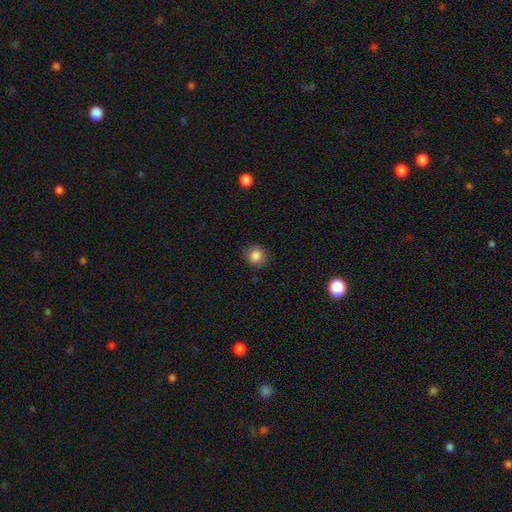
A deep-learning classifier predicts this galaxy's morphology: Overall: smooth (85%). How rounded: round (81%). Merging: none (82%).